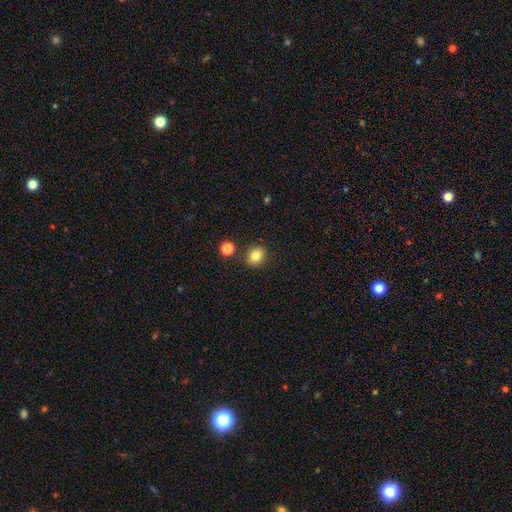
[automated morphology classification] Smooth or featured?
  - smooth: 82% *
  - star or artifact: 11%
  - featured or disk: 7%
How rounded?
  - round: 71% *
  - in between: 28%
  - cigar-shaped: 1%
Merging?
  - none: 86% *
  - minor disturbance: 8%
  - merger: 4%
  - major disturbance: 2%